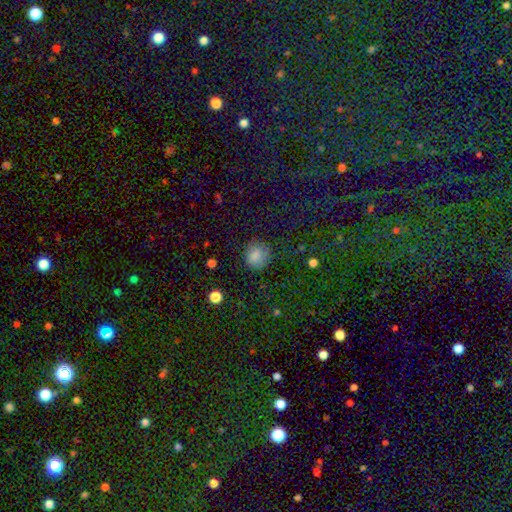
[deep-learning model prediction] smooth 83%, star or artifact 10%, featured or disk 6%. Down the decision tree: how rounded — round (76%); merging — none (75%).